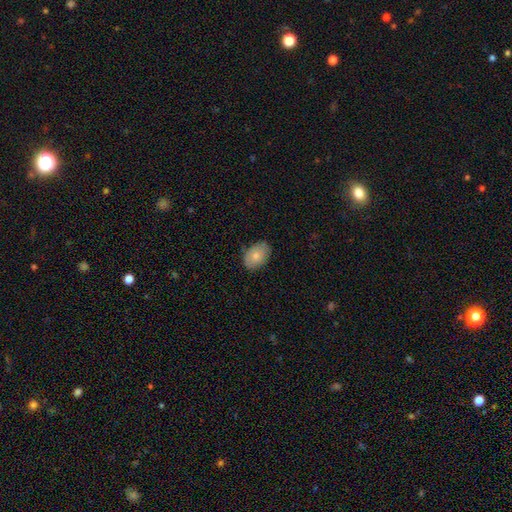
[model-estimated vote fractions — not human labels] Smooth or featured? Predicted: smooth (p=0.78). How rounded? Predicted: in between (p=0.79). Merging? Predicted: none (p=0.78).